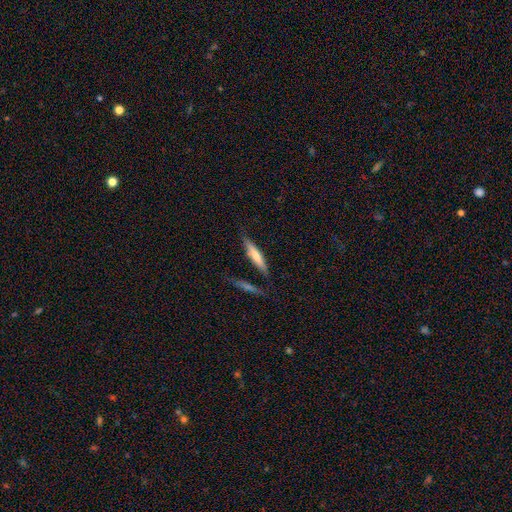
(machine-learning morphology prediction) This is possibly a smooth galaxy (57%). How rounded: clearly cigar-shaped (85%). Merging: likely none (77%).